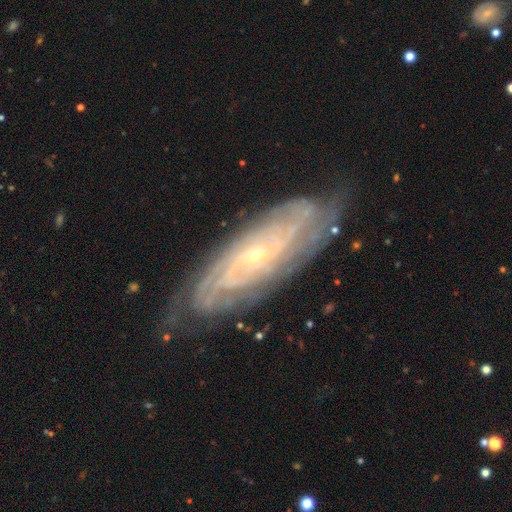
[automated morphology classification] Smooth or featured?
  - featured or disk: 86% *
  - smooth: 8%
  - star or artifact: 6%
Edge-on disk?
  - no: 88% *
  - yes: 12%
Bar?
  - no: 60% *
  - weak: 30%
  - strong: 10%
Spiral arms?
  - yes: 97% *
  - no: 3%
Spiral winding?
  - tight: 76% *
  - medium: 20%
  - loose: 4%
Spiral arm count?
  - can't tell: 40% *
  - 2: 16%
  - 4: 15%
  - 3: 13%
  - more than 4: 10%
  - 1: 6%
Bulge size?
  - small: 78% *
  - moderate: 18%
  - none: 2%
  - large: 1%
  - dominant: 1%
Merging?
  - none: 77% *
  - minor disturbance: 17%
  - major disturbance: 4%
  - merger: 1%